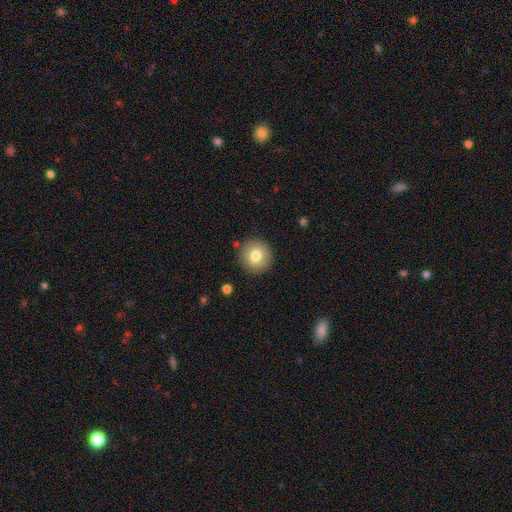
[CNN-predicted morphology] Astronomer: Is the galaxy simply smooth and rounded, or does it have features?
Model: smooth — 78%.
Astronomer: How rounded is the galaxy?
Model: round — 94%.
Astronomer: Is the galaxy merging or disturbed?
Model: none — 89%.